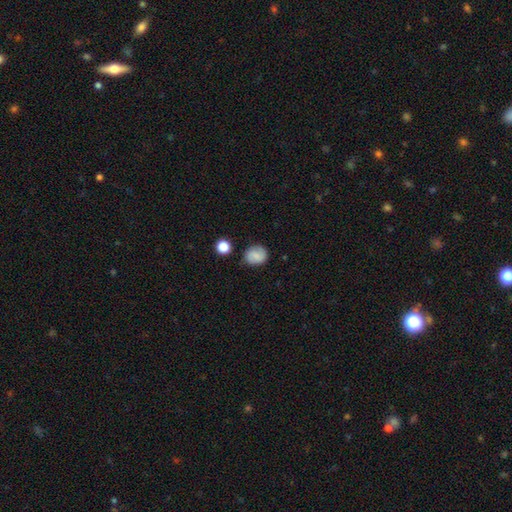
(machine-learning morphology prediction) Smooth or featured? Predicted: smooth (p=0.72). How rounded? Predicted: round (p=0.72). Merging? Predicted: none (p=0.79).